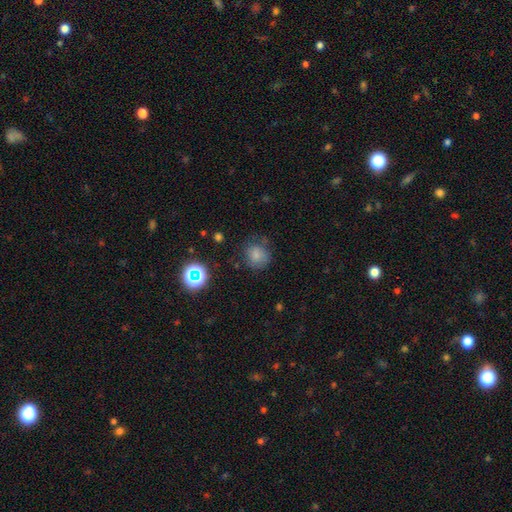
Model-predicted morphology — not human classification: Overall: smooth (74%). How rounded: round (83%). Merging: none (71%).